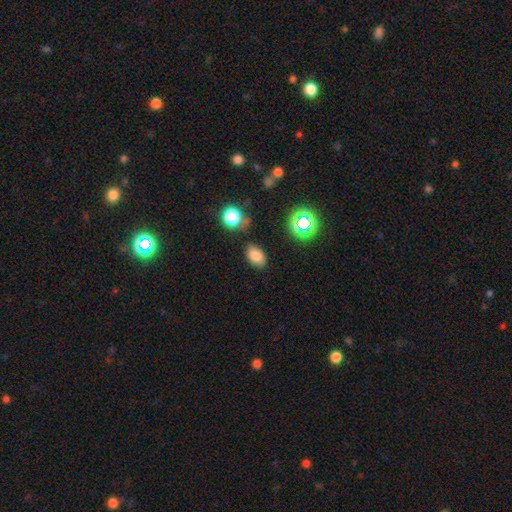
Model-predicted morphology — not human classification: Smooth or featured? smooth (77%)
How rounded? in between (87%)
Merging? none (76%)